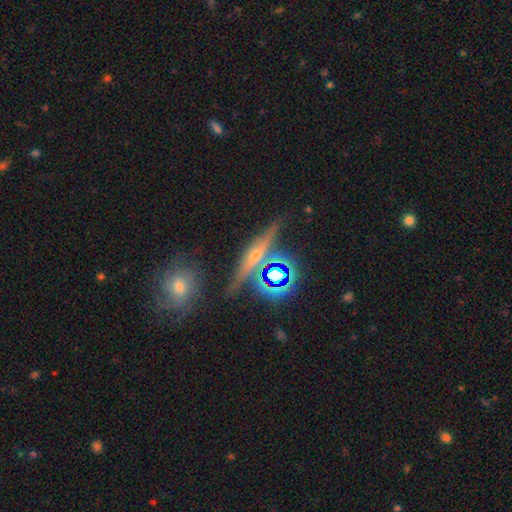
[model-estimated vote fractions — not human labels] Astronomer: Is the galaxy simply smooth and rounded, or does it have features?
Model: featured or disk — 54%.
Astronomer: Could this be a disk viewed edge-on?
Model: yes — 89%.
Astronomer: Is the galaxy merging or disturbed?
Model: none — 80%.